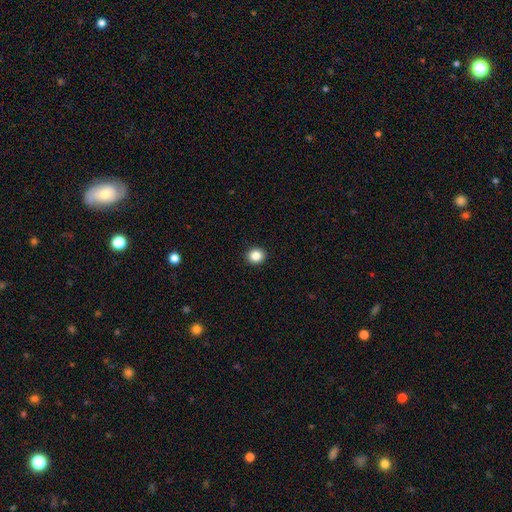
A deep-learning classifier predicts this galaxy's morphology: Overall: smooth (86%). How rounded: round (85%). Merging: none (93%).